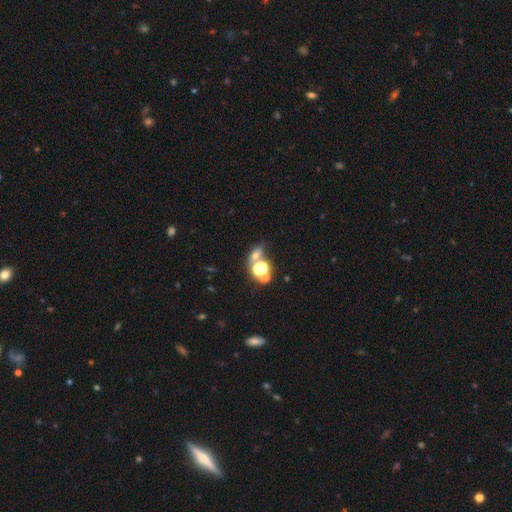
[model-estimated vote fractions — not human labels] This appears to be a smooth galaxy with no disk features (50%) that is round (50%). Merging: none (50%).